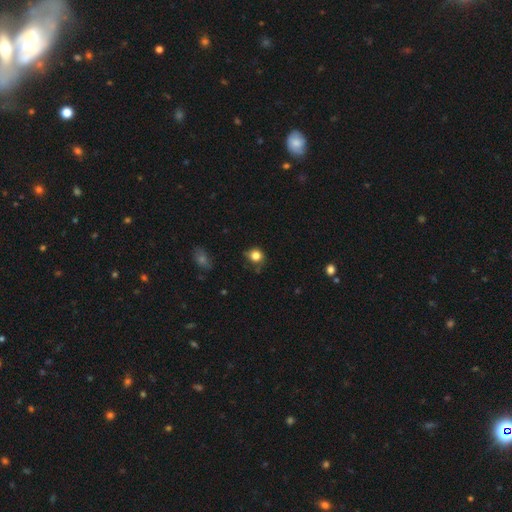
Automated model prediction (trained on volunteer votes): Smooth or featured: smooth — 82% (star or artifact — 11%)
How rounded: round — 83% (in between — 16%)
Merging: none — 65% (minor disturbance — 25%)